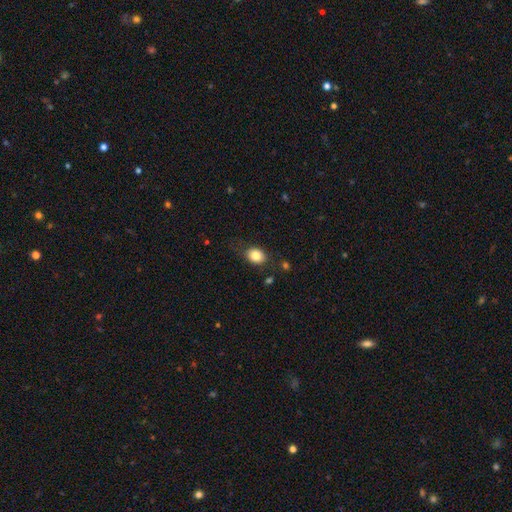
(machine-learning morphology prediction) Smooth or featured: smooth — 83% (star or artifact — 9%)
How rounded: in between — 57% (round — 42%)
Merging: none — 77% (minor disturbance — 16%)